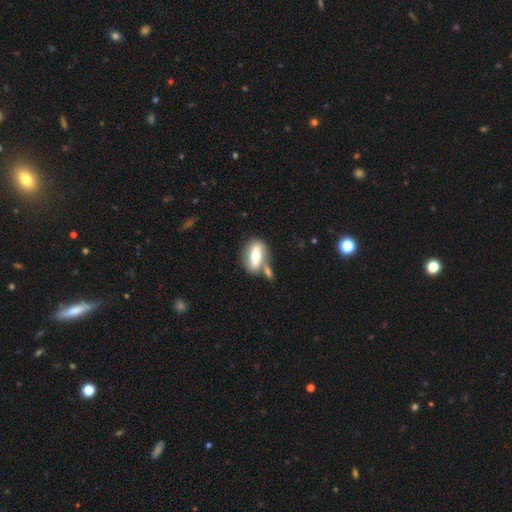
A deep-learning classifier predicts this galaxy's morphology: This is possibly a featured or disk galaxy (47%). Merging: possibly none (48%).